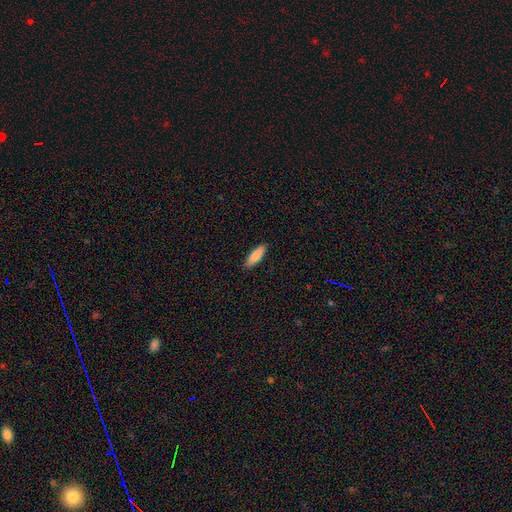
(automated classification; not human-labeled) Smooth or featured? smooth (84%)
How rounded? cigar-shaped (50%)
Merging? none (89%)